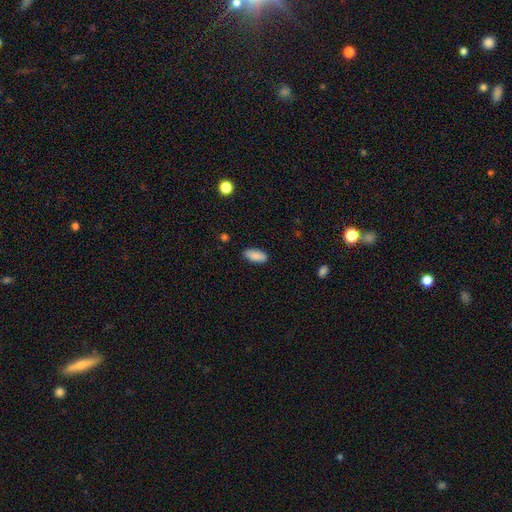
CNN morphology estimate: type=smooth (89%); roundness=in between (84%); merging=none (88%).